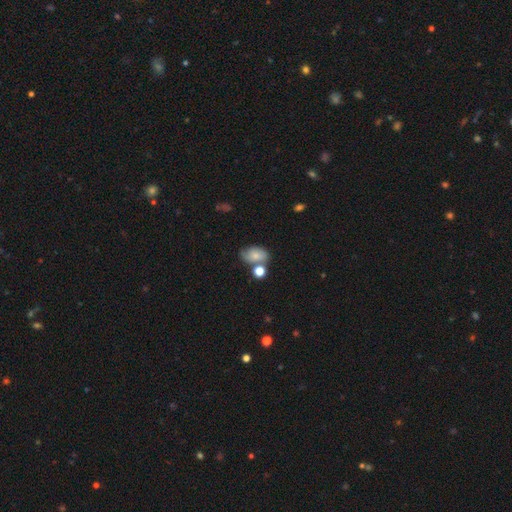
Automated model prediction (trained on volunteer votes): Morphology: type=smooth (68%); roundness=in between (80%); merging=none (46%).